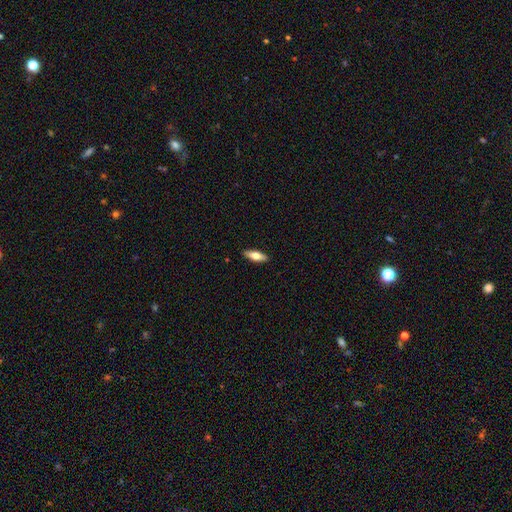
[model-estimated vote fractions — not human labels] Smooth or featured? smooth (65%)
How rounded? in between (64%)
Merging? none (90%)